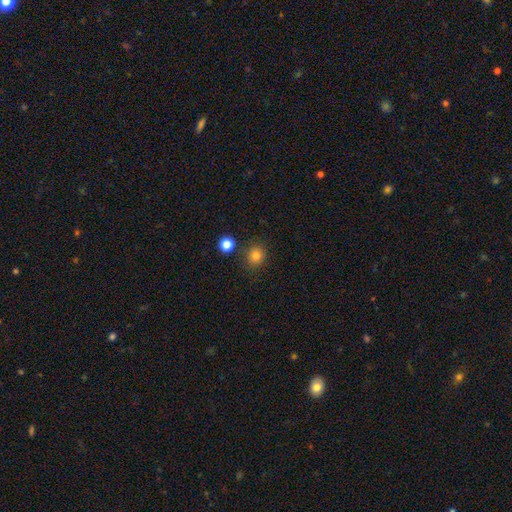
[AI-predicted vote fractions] Smooth or featured? Predicted: smooth (p=0.81). How rounded? Predicted: round (p=0.86). Merging? Predicted: none (p=0.84).